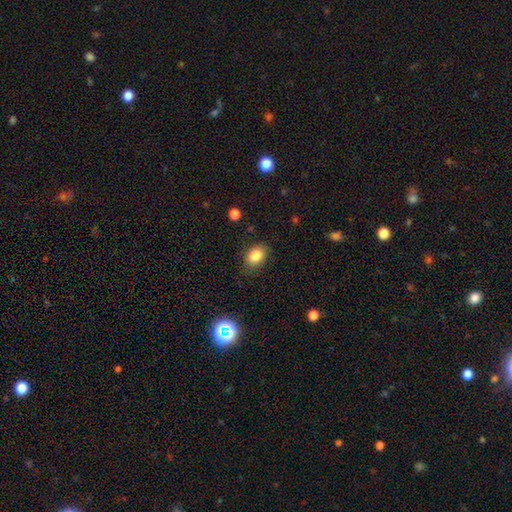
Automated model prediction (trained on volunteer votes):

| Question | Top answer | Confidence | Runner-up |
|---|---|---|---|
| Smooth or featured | smooth | 84% | star or artifact (10%) |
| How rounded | in between | 72% | round (27%) |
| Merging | none | 80% | minor disturbance (14%) |